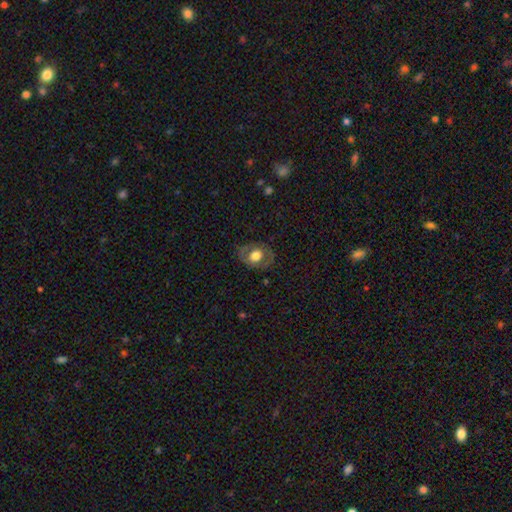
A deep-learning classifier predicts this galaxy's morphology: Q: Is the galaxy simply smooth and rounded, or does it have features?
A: smooth — 54%.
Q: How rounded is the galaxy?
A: in between — 56%.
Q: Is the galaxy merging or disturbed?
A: none — 77%.